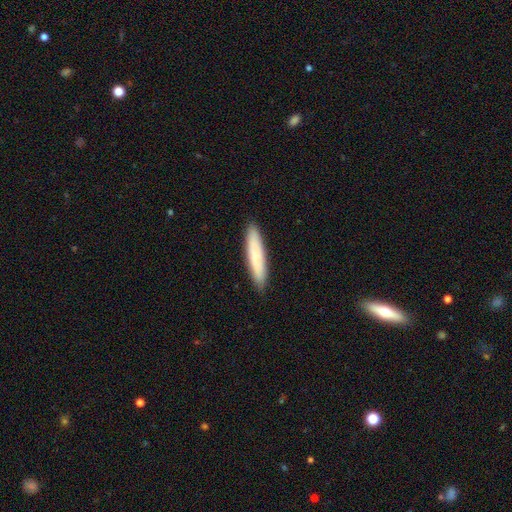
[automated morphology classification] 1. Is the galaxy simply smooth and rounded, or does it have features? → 76% smooth, 18% featured or disk, 6% star or artifact.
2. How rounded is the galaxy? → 87% cigar-shaped, 12% in between, 1% round.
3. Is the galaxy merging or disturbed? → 90% none, 7% minor disturbance, 1% major disturbance, 1% merger.